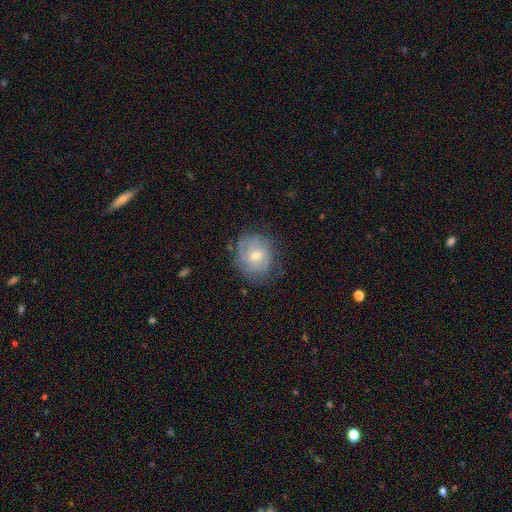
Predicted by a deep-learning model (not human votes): Morphology: type=featured or disk (57%); edge-on=no (97%); bar=no (68%); spiral arms=yes (77%); bulge=moderate (50%); merging=none (71%).